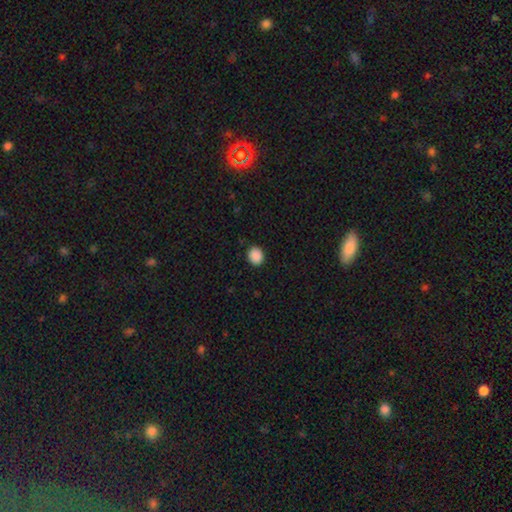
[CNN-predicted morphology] smooth-or-featured: smooth: 89% | star or artifact: 9% | featured or disk: 2%
  how-rounded: round: 63% | in between: 36% | cigar-shaped: 1%
  merging: none: 90% | minor disturbance: 7% | major disturbance: 2% | merger: 1%